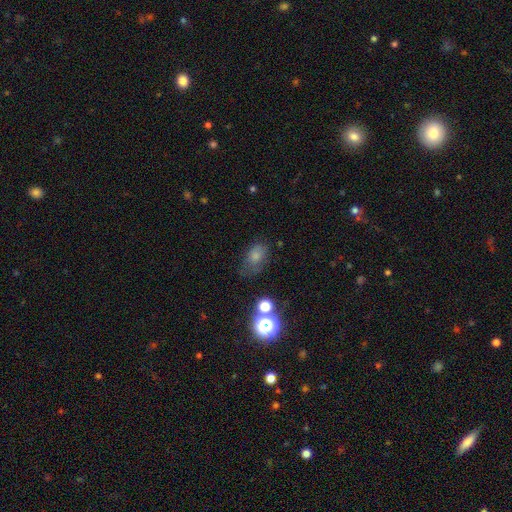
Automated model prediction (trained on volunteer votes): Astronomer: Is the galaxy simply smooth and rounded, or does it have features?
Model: smooth — 69%.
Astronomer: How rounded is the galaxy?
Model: in between — 81%.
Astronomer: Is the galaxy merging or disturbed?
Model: none — 51% (runner-up: minor disturbance, 28%).